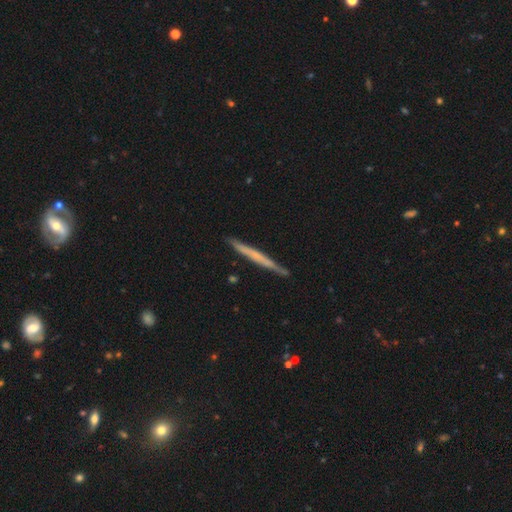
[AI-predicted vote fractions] This is possibly a featured or disk galaxy (50%). It is clearly viewed edge-on (97%). Merging: clearly none (88%).